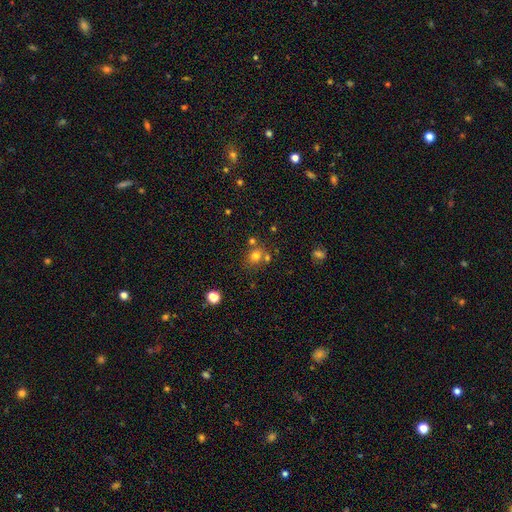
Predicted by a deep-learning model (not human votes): Morphology: type=smooth (74%); roundness=round (72%); merging=none (61%).